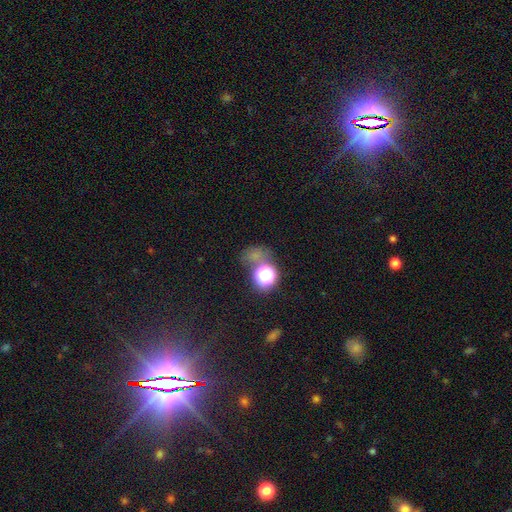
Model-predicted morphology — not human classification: Smooth or featured: smooth — 50% (star or artifact — 40%)
How rounded: round — 62% (in between — 36%)
Merging: none — 53% (minor disturbance — 16%)